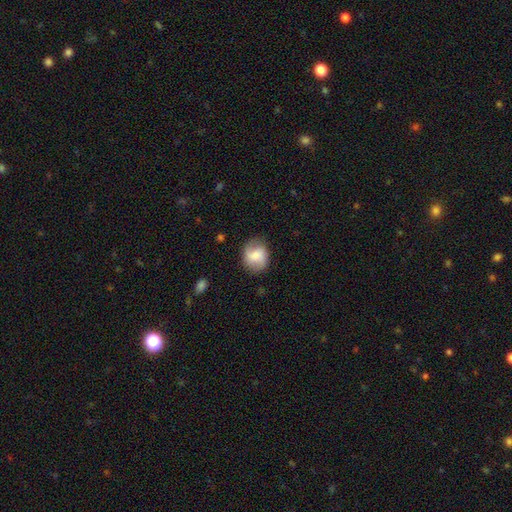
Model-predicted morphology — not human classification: Q: Smooth or featured?
A: smooth (53%); runner-up: featured or disk (40%)
Q: How rounded?
A: round (66%); runner-up: in between (33%)
Q: Merging?
A: none (76%); runner-up: minor disturbance (17%)